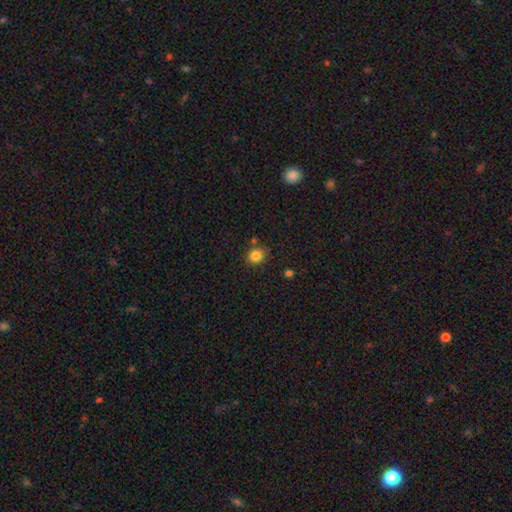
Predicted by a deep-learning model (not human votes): smooth_or_featured: smooth (p=0.84) [alt: star or artifact p=0.12]
how_rounded: round (p=0.84) [alt: in between p=0.15]
merging: none (p=0.81) [alt: minor disturbance p=0.11]